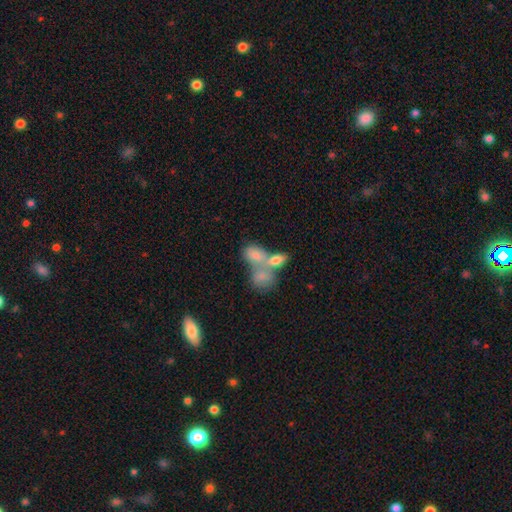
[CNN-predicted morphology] A smooth galaxy with no disk features (70%) that is in between round and cigar-shaped (84%). Merging: merger (62%).